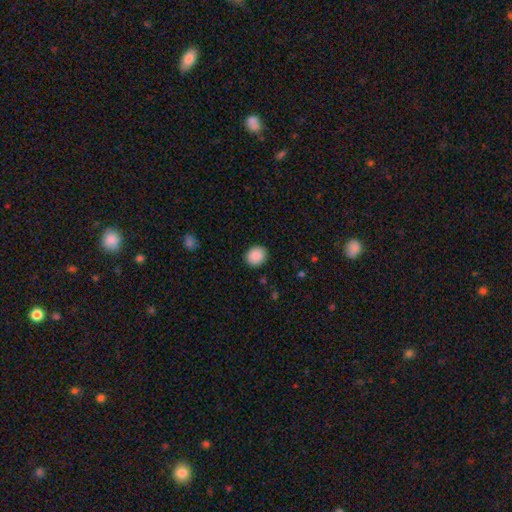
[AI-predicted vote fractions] Q: Smooth or featured?
A: smooth (89%); runner-up: star or artifact (8%)
Q: How rounded?
A: round (68%); runner-up: in between (31%)
Q: Merging?
A: none (89%); runner-up: minor disturbance (8%)